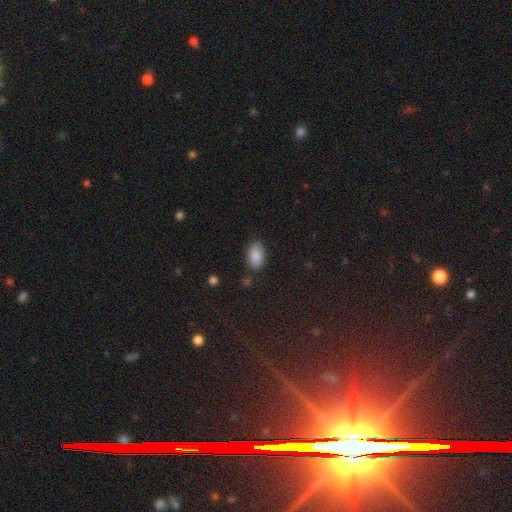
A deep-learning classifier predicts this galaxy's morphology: smooth 87%, star or artifact 8%, featured or disk 6%. Down the decision tree: how rounded — in between (92%); merging — none (80%).